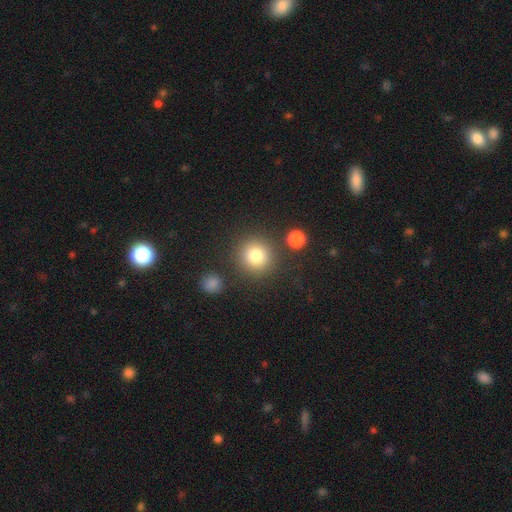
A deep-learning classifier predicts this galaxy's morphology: Smooth or featured: smooth — 81% (star or artifact — 11%)
How rounded: round — 92% (in between — 7%)
Merging: none — 83% (minor disturbance — 8%)